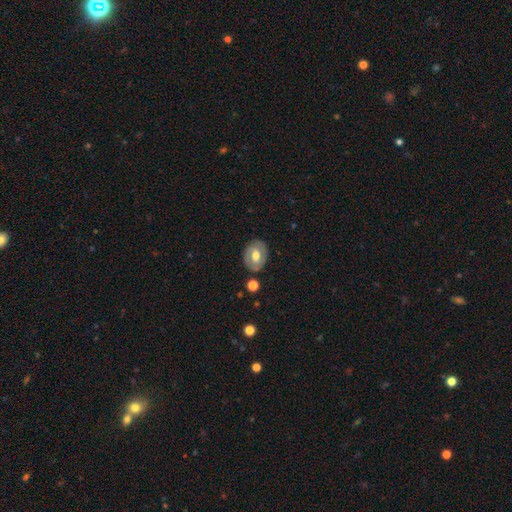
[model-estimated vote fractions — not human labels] smooth-or-featured: featured or disk: 53% | smooth: 41% | star or artifact: 6%
  disk-edge-on: no: 94% | yes: 6%
    bar: no: 46% | weak: 38% | strong: 15%
    has-spiral-arms: no: 54% | yes: 46%
    bulge-size: moderate: 64% | large: 25% | small: 8% | none: 2% | dominant: 2%
  merging: none: 80% | minor disturbance: 13% | major disturbance: 4% | merger: 3%